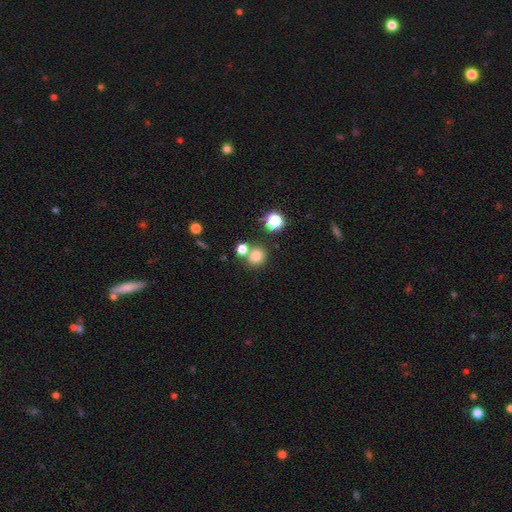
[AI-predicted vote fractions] Overall: smooth (78%). How rounded: round (83%). Merging: none (66%).